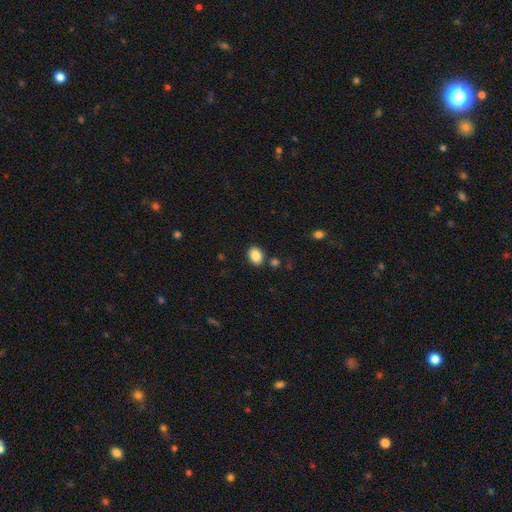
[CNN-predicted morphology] A smooth galaxy with no disk features (86%) that is in between round and cigar-shaped (69%).

Vote fractions:
- Smooth or featured? smooth: 86% / star or artifact: 8% / featured or disk: 5%
- How rounded? in between: 69% / round: 30% / cigar-shaped: 1%
- Merging? none: 84% / minor disturbance: 9% / merger: 4% / major disturbance: 3%